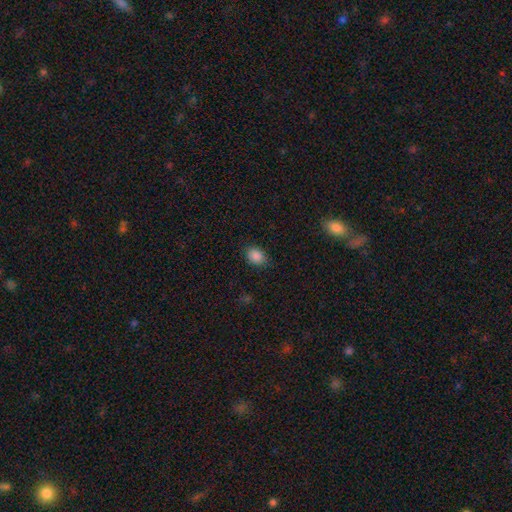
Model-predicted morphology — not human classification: Overall: smooth (86%). How rounded: in between (66%; round 33%). Merging: none (84%).